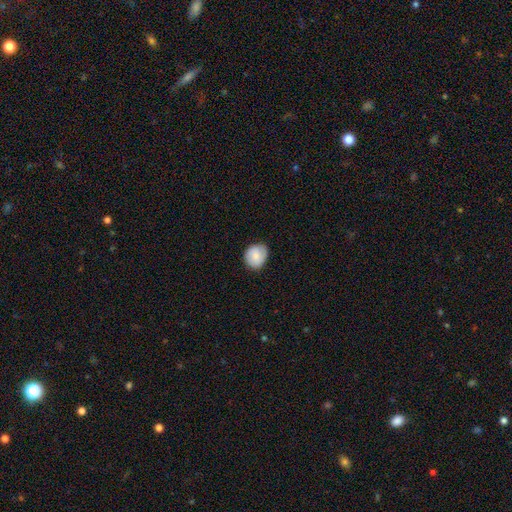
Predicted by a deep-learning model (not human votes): Smooth or featured?
  - smooth: 77% *
  - featured or disk: 16%
  - star or artifact: 7%
How rounded?
  - round: 69% *
  - in between: 30%
  - cigar-shaped: 1%
Merging?
  - none: 80% *
  - minor disturbance: 16%
  - major disturbance: 3%
  - merger: 1%